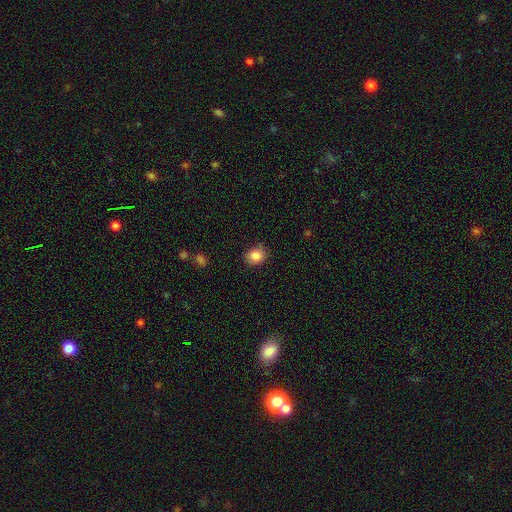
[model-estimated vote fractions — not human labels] Smooth or featured?
  - smooth: 85% *
  - star or artifact: 10%
  - featured or disk: 6%
How rounded?
  - round: 61% *
  - in between: 38%
  - cigar-shaped: 1%
Merging?
  - none: 81% *
  - minor disturbance: 15%
  - major disturbance: 3%
  - merger: 1%